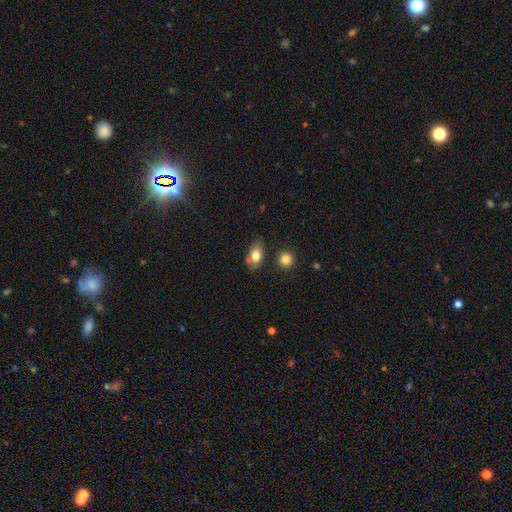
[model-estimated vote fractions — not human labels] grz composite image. It shows a smooth galaxy with no disk features (77%) that is in between round and cigar-shaped (83%). Merging: none (72%).